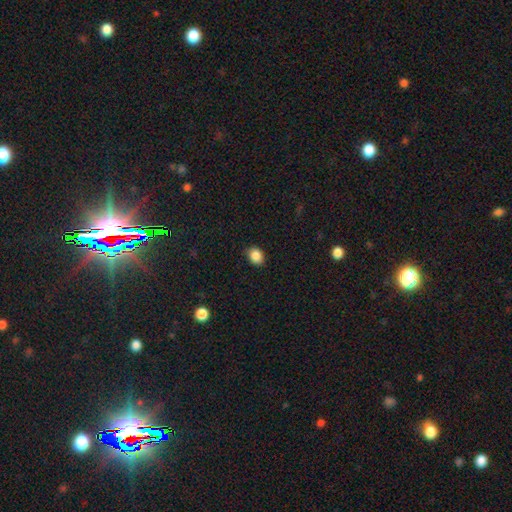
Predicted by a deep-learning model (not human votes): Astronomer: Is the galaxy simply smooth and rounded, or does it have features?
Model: smooth — 87%.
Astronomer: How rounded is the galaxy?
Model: in between — 54% (runner-up: round, 45%).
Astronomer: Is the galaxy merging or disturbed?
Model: none — 85%.